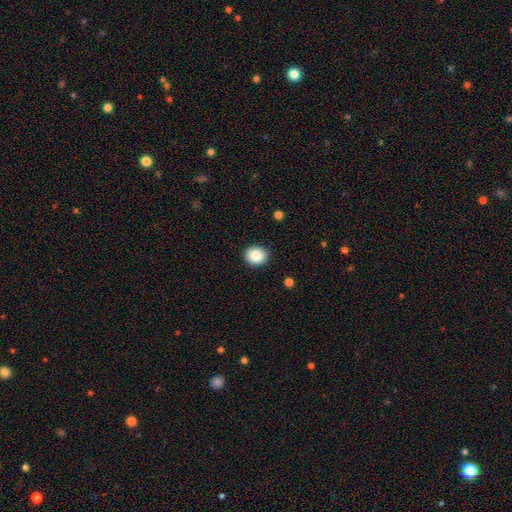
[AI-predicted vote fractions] This is clearly a smooth galaxy (86%). How rounded: likely round (71%). Merging: clearly none (90%).